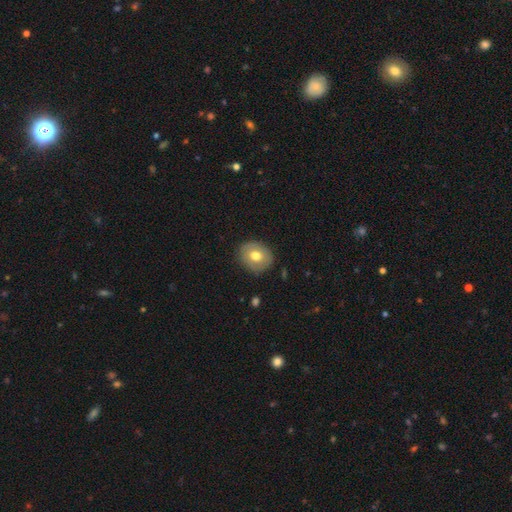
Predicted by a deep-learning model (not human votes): The model was most divided on "how rounded": round: 68%, in between: 31%, cigar-shaped: 1%. More confident: merging — none (84%); smooth or featured — smooth (67%).